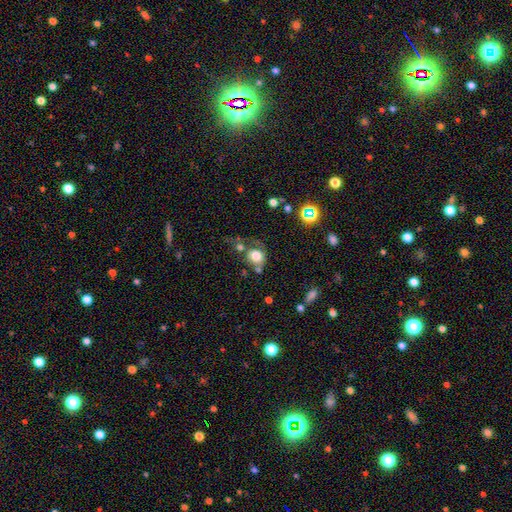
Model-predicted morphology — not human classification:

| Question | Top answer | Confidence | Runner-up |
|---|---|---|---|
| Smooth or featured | smooth | 75% | featured or disk (13%) |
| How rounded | round | 67% | in between (32%) |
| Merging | none | 42% | merger (22%) |